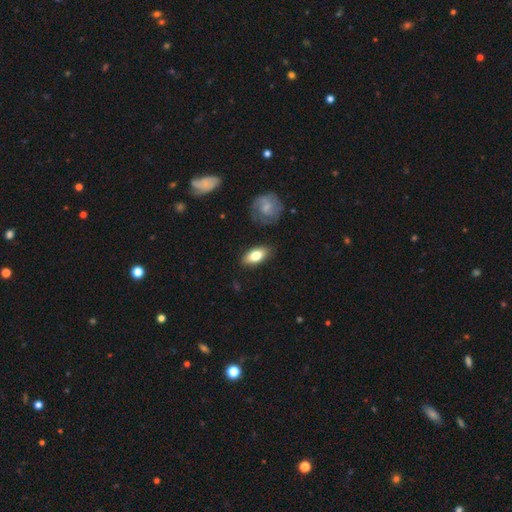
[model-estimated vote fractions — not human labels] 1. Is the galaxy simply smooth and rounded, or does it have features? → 74% smooth, 19% featured or disk, 6% star or artifact.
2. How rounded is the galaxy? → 85% in between, 10% cigar-shaped, 5% round.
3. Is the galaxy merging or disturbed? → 84% none, 12% minor disturbance, 3% major disturbance, 2% merger.